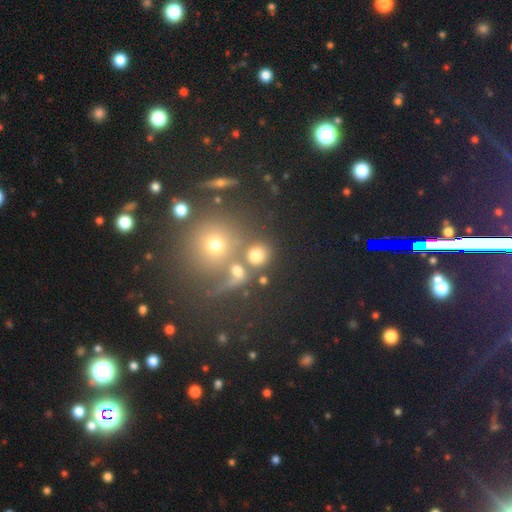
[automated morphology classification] A smooth galaxy with no disk features (72%) that is round (83%).

Vote fractions:
- Smooth or featured? smooth: 72% / star or artifact: 17% / featured or disk: 11%
- How rounded? round: 83% / in between: 16% / cigar-shaped: 1%
- Merging? none: 59% / merger: 25% / minor disturbance: 9% / major disturbance: 7%